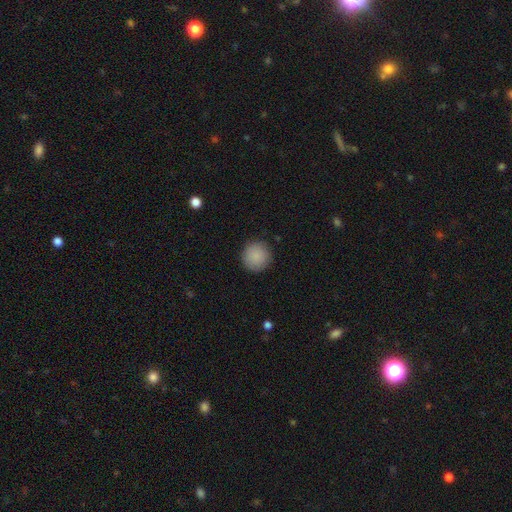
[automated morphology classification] This appears to be a smooth galaxy with no disk features (88%) that is round (94%). Merging: none (90%).